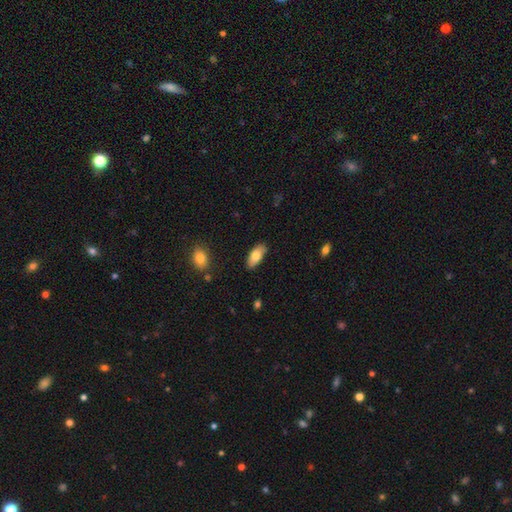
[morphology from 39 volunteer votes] Smooth or featured? 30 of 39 (77%) said smooth. How rounded? 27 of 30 (90%) said in between. Merging? 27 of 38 (71%) said none.